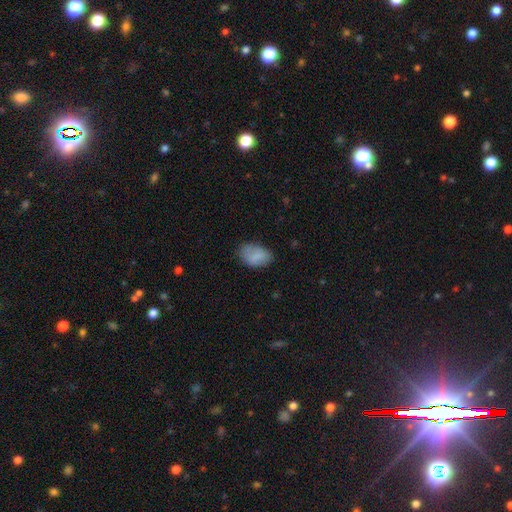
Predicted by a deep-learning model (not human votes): Smooth or featured: smooth — 83% (featured or disk — 10%)
How rounded: in between — 88% (round — 11%)
Merging: none — 70% (minor disturbance — 22%)